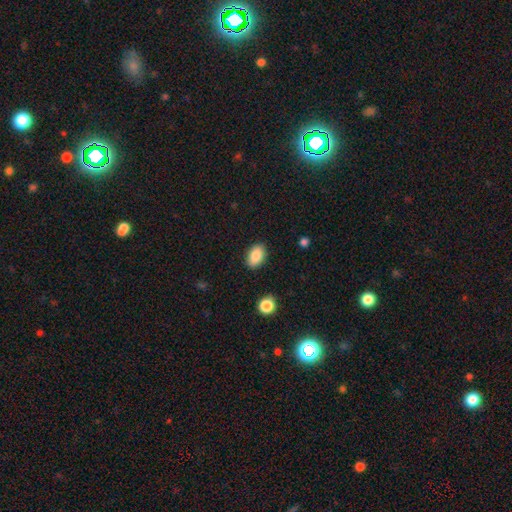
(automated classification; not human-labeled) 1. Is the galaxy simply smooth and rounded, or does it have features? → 87% smooth, 8% star or artifact, 6% featured or disk.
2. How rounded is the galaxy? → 90% in between, 9% round, 2% cigar-shaped.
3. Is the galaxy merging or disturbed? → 88% none, 8% minor disturbance, 2% major disturbance, 1% merger.